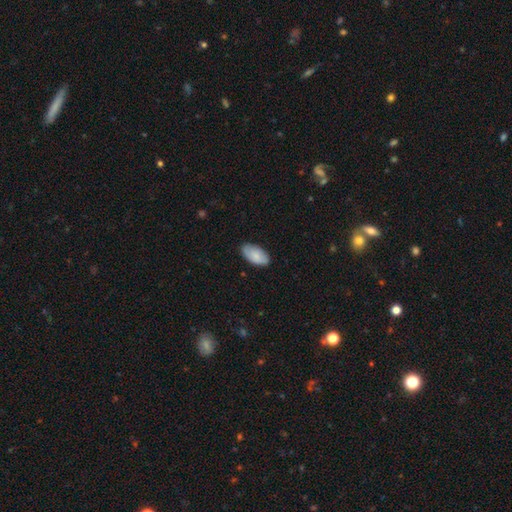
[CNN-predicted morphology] type=smooth (80%); roundness=in between (95%); merging=none (81%).